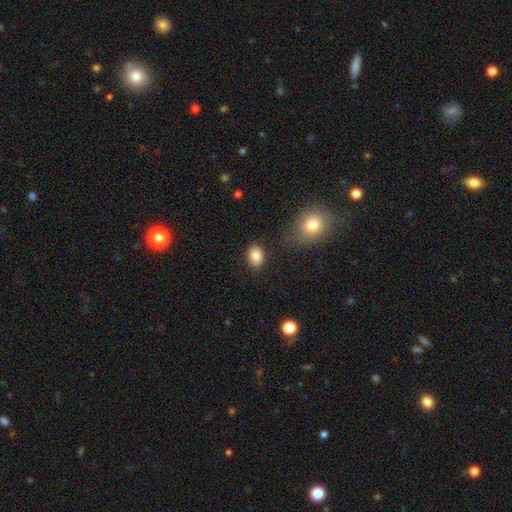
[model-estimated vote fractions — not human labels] Smooth or featured: smooth — 85% (star or artifact — 8%)
How rounded: in between — 79% (round — 20%)
Merging: none — 83% (minor disturbance — 11%)